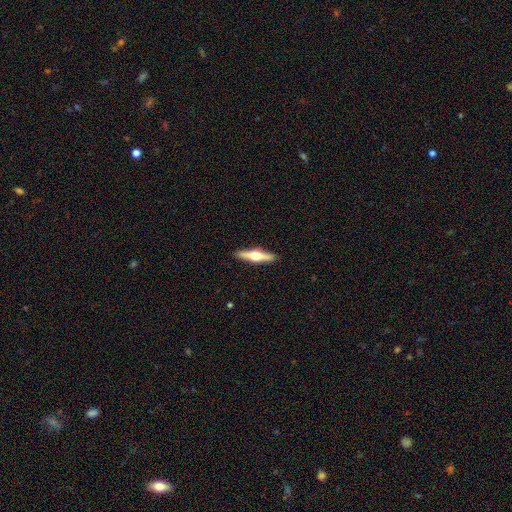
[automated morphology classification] Q: Smooth or featured?
A: featured or disk (66%); runner-up: smooth (29%)
Q: Edge-on disk?
A: yes (97%); runner-up: no (3%)
Q: Edge-on bulge?
A: rounded (95%); runner-up: boxy (3%)
Q: Merging?
A: none (91%); runner-up: minor disturbance (6%)